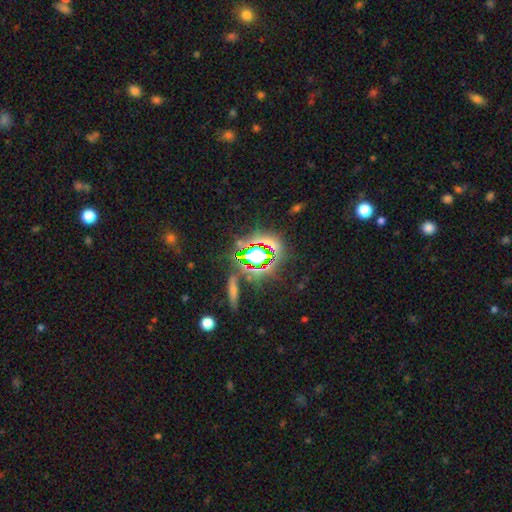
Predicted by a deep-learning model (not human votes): This appears to be a star or artifact, not a galaxy (69%).